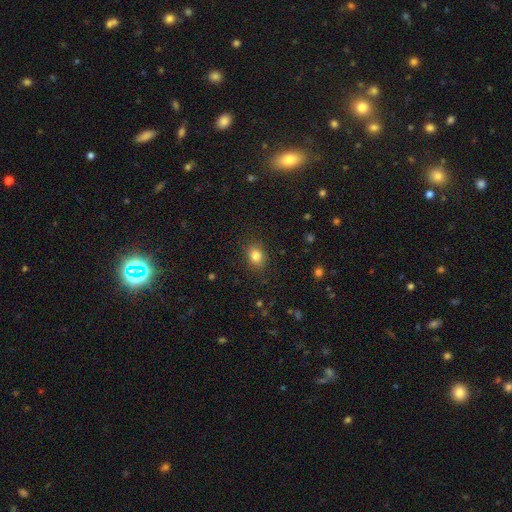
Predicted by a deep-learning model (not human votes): A smooth galaxy with no disk features (82%) that is round (54%). Merging: none (87%).